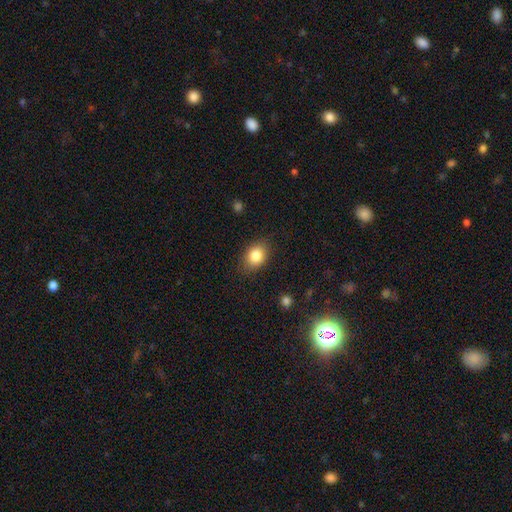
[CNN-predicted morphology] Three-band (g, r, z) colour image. It shows a smooth galaxy with no disk features (84%) that is in between round and cigar-shaped (67%). Merging: none (83%).